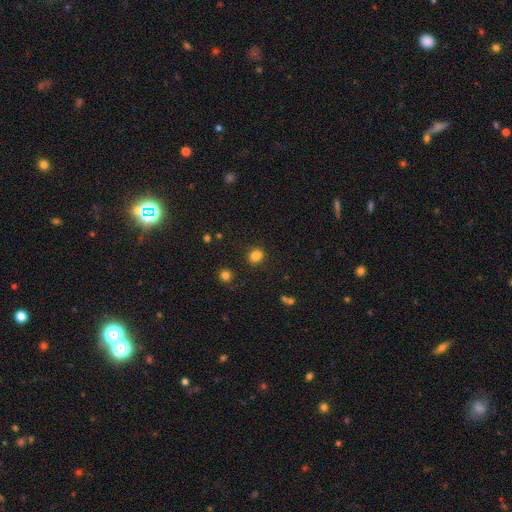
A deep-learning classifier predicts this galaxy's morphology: The model was most divided on "how rounded": round: 68%, in between: 31%, cigar-shaped: 1%. More confident: merging — none (87%); smooth or featured — smooth (83%).